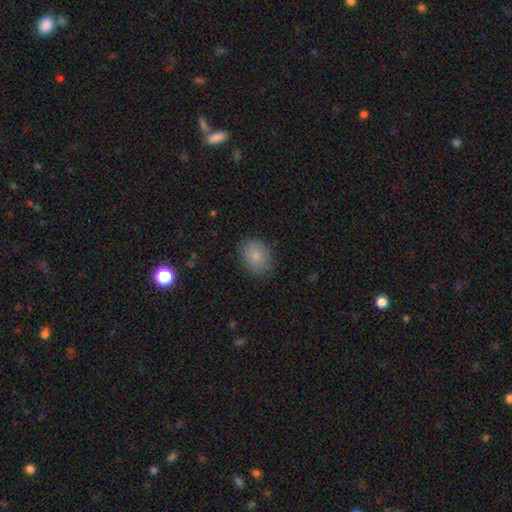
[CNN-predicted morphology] smooth_or_featured: smooth (p=0.83) [alt: featured or disk p=0.09]
how_rounded: in between (p=0.67) [alt: round p=0.32]
merging: none (p=0.83) [alt: minor disturbance p=0.13]